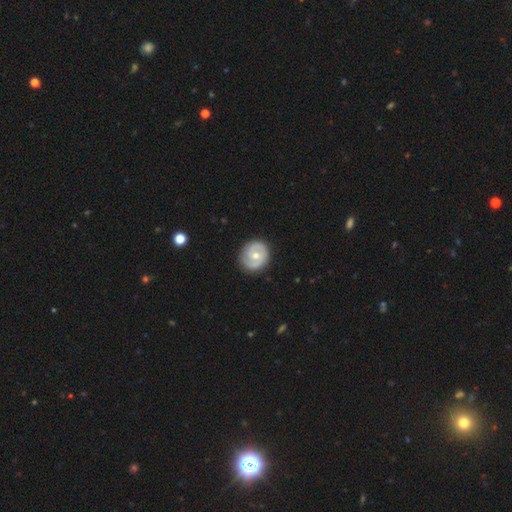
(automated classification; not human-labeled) The model was most divided on "spiral winding": tight: 54%, medium: 35%, loose: 11%. More confident: edge-on disk — no (98%); spiral arms — yes (88%); merging — none (85%); spiral arm count — 2 (79%); smooth or featured — featured or disk (75%); bulge size — moderate (61%); bar — no (58%).